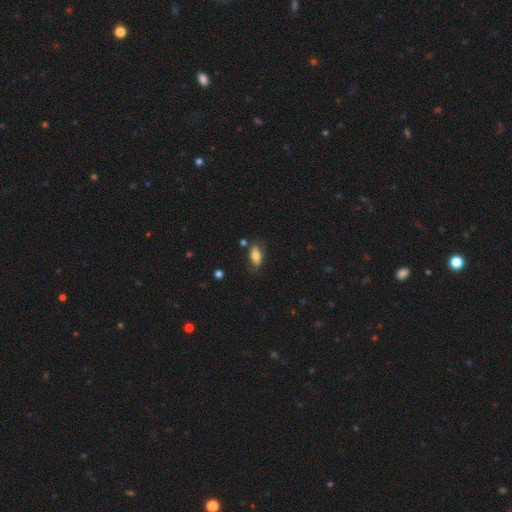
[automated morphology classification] Smooth or featured?
  - smooth: 73% *
  - featured or disk: 20%
  - star or artifact: 7%
How rounded?
  - in between: 87% *
  - cigar-shaped: 10%
  - round: 4%
Merging?
  - none: 67% *
  - minor disturbance: 22%
  - major disturbance: 7%
  - merger: 4%